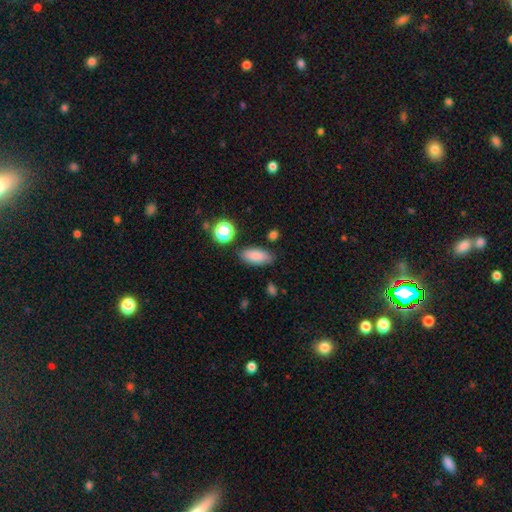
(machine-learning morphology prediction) type=smooth (84%); roundness=in between (84%); merging=none (81%).